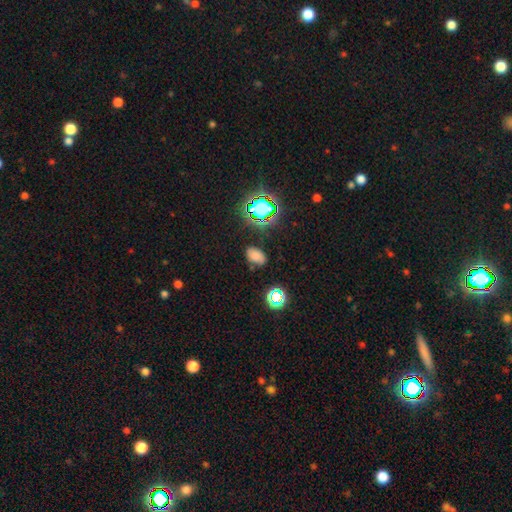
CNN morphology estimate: Q: Smooth or featured?
A: smooth (70%); runner-up: star or artifact (22%)
Q: How rounded?
A: in between (87%); runner-up: round (12%)
Q: Merging?
A: none (78%); runner-up: minor disturbance (15%)